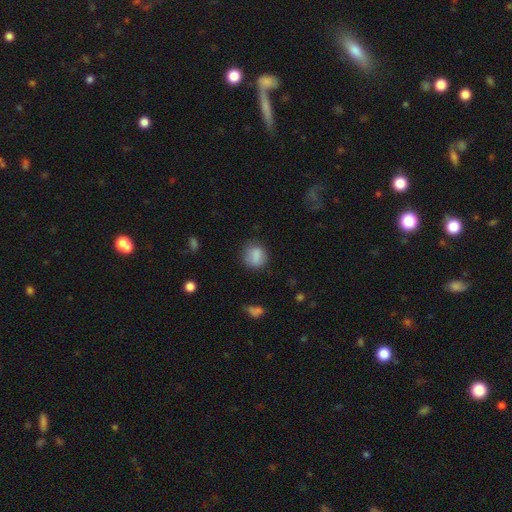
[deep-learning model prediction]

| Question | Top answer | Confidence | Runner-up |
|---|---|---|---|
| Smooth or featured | smooth | 82% | star or artifact (9%) |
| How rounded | round | 67% | in between (31%) |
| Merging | none | 72% | minor disturbance (20%) |